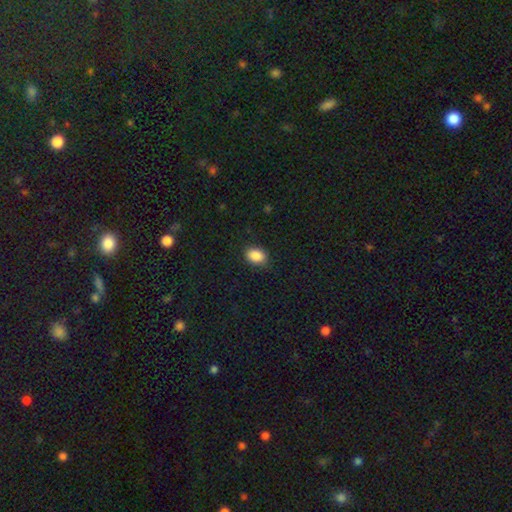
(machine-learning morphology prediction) smooth 88%, star or artifact 8%, featured or disk 4%. Down the decision tree: how rounded — in between (74%); merging — none (85%).